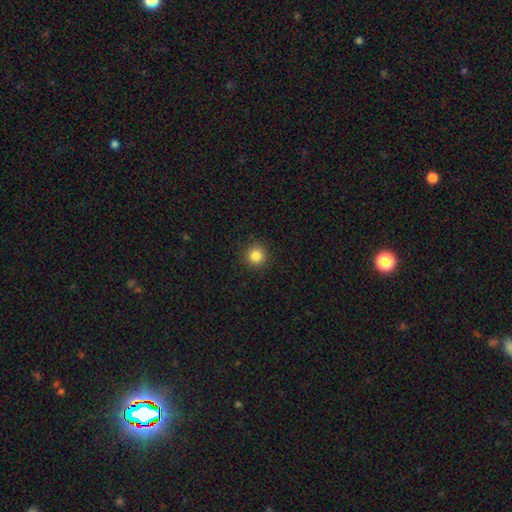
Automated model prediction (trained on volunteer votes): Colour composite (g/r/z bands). It shows a smooth galaxy with no disk features (84%) that is round (95%). Merging: none (91%).